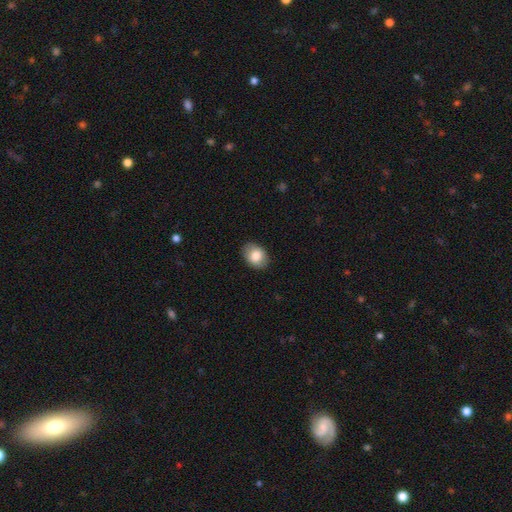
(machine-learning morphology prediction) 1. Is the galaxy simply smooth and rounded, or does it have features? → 83% smooth, 10% featured or disk, 7% star or artifact.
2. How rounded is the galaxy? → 75% in between, 24% round, 1% cigar-shaped.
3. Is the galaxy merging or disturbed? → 86% none, 11% minor disturbance, 2% major disturbance, 1% merger.